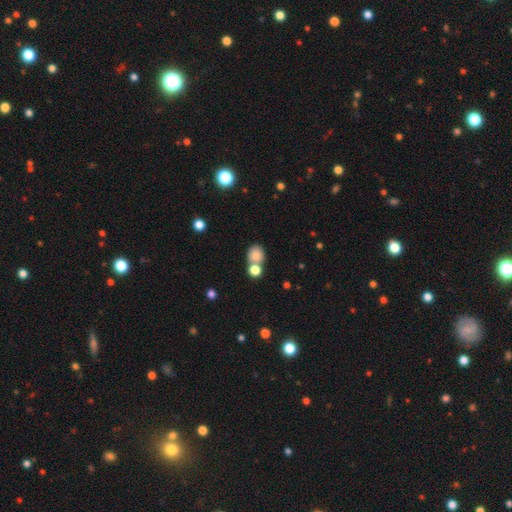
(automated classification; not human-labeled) smooth_or_featured: smooth (p=0.81) [alt: star or artifact p=0.11]
how_rounded: round (p=0.69) [alt: in between p=0.29]
merging: none (p=0.52) [alt: merger p=0.35]